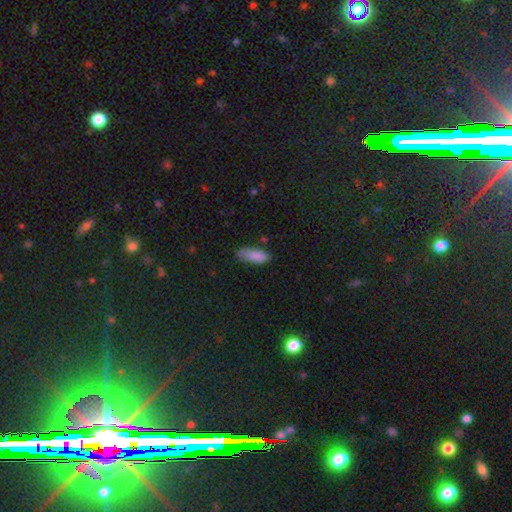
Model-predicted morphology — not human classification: This is clearly a smooth galaxy (86%). How rounded: likely in between (75%). Merging: likely none (63%).